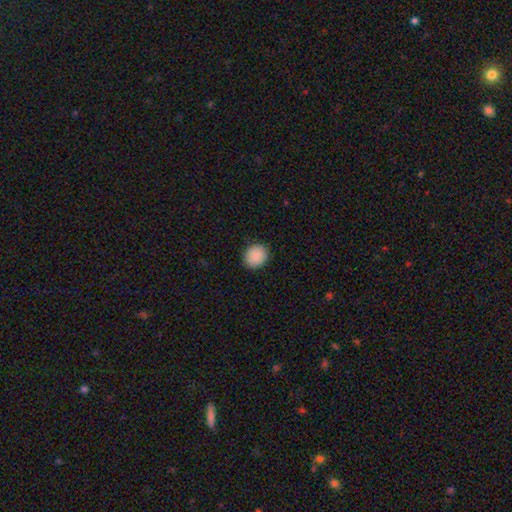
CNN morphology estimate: Q: Smooth or featured?
A: smooth (90%); runner-up: star or artifact (7%)
Q: How rounded?
A: round (69%); runner-up: in between (30%)
Q: Merging?
A: none (89%); runner-up: minor disturbance (8%)